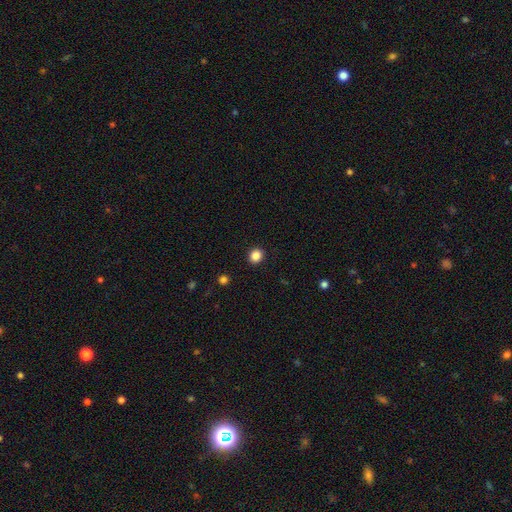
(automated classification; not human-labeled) smooth_or_featured: smooth (p=0.86) [alt: star or artifact p=0.11]
how_rounded: round (p=0.79) [alt: in between p=0.20]
merging: none (p=0.92) [alt: minor disturbance p=0.05]